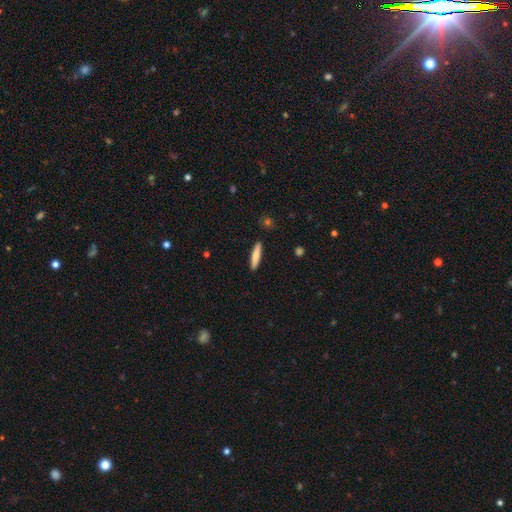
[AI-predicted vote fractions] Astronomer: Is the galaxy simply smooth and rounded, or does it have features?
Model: smooth — 74%.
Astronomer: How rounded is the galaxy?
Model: cigar-shaped — 86%.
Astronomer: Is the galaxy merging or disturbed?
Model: none — 91%.